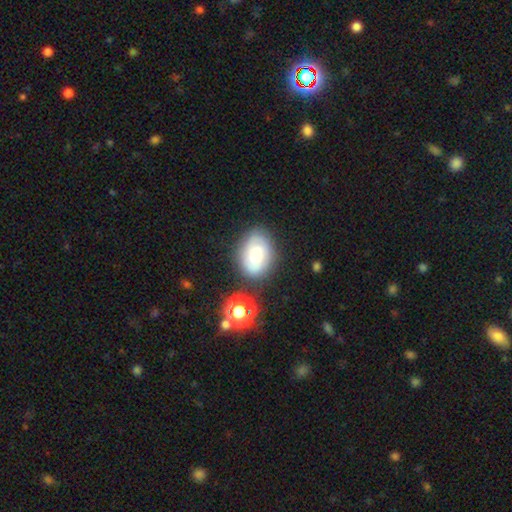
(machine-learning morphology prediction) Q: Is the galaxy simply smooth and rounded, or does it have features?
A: smooth — 55%.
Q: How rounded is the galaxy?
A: in between — 75%.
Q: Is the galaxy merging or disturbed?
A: none — 64%.